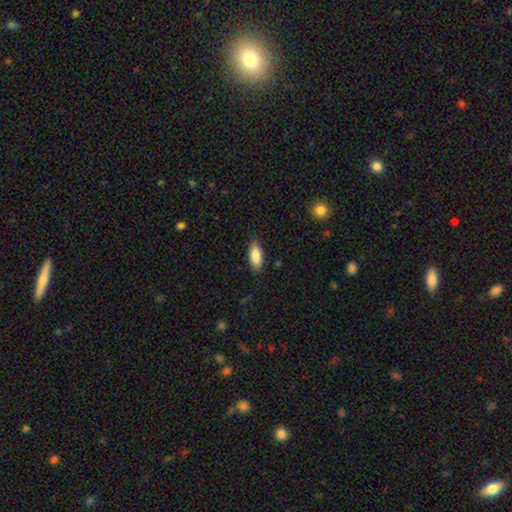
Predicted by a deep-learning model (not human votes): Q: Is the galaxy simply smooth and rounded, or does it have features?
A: smooth — 88%.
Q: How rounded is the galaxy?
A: in between — 85%.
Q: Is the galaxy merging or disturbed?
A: none — 86%.